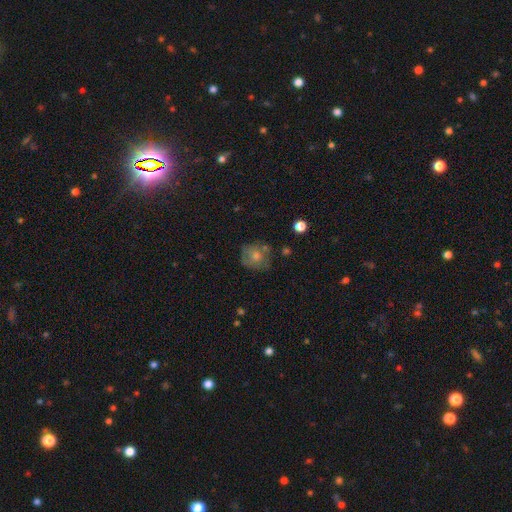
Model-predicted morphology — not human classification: Q: Smooth or featured?
A: smooth (64%); runner-up: featured or disk (27%)
Q: How rounded?
A: round (79%); runner-up: in between (20%)
Q: Merging?
A: none (57%); runner-up: minor disturbance (25%)